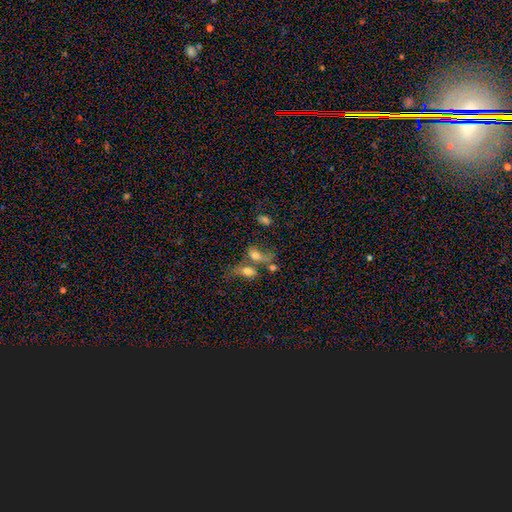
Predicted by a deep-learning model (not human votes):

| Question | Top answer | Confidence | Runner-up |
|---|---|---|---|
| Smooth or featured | smooth | 62% | featured or disk (22%) |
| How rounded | in between | 72% | round (16%) |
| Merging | merger | 50% | none (28%) |